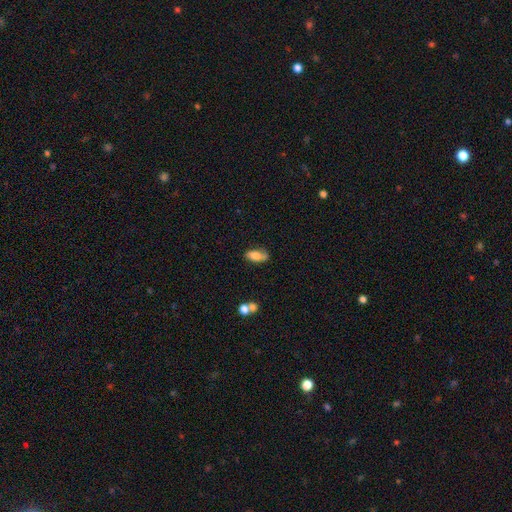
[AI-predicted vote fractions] smooth-or-featured: smooth: 73% | featured or disk: 19% | star or artifact: 8%
  how-rounded: in between: 86% | cigar-shaped: 10% | round: 4%
  merging: none: 62% | minor disturbance: 26% | major disturbance: 7% | merger: 5%